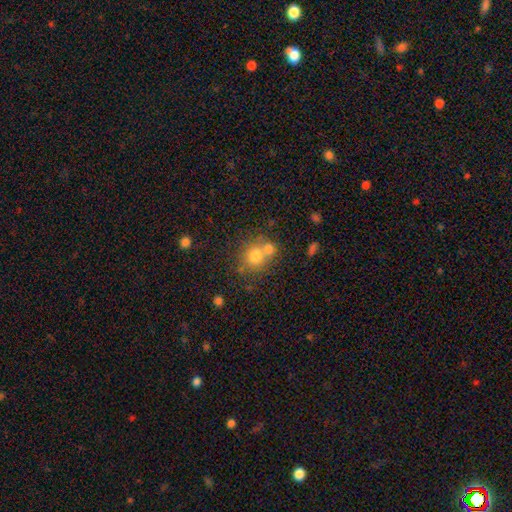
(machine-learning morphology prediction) type=smooth (73%); roundness=round (78%); merging=none (45%).